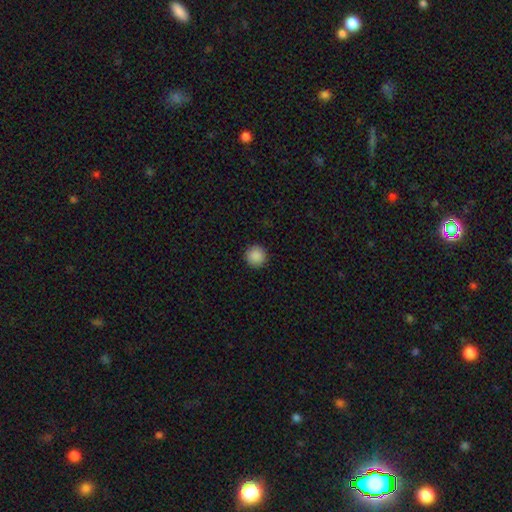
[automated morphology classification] The model was most divided on "smooth or featured": smooth: 89%, star or artifact: 8%, featured or disk: 2%. More confident: how rounded — round (96%); merging — none (93%).